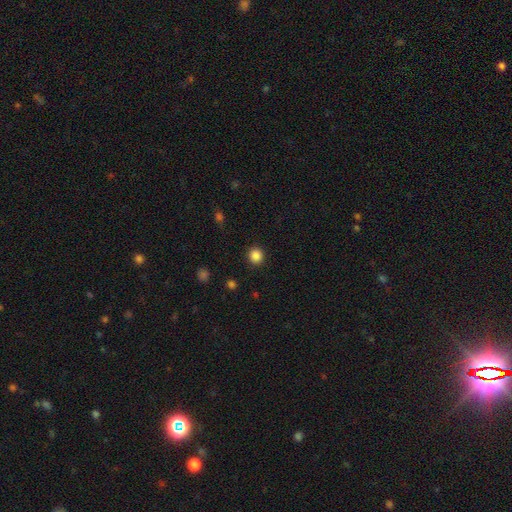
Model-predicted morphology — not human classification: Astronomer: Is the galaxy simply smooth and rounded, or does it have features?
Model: smooth — 86%.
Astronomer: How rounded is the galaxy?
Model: round — 90%.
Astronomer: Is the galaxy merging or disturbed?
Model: none — 92%.